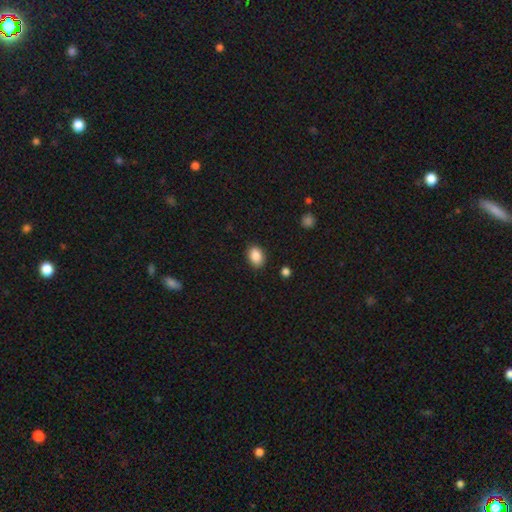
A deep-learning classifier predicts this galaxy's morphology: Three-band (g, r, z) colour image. It shows a smooth galaxy with no disk features (88%) that is in between round and cigar-shaped (76%). Merging: none (87%).